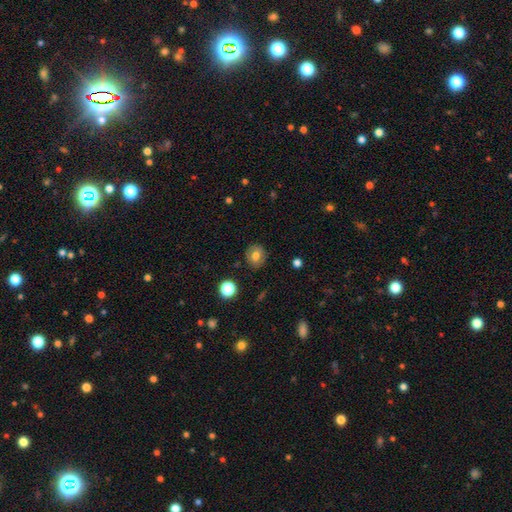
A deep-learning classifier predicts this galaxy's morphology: type=smooth (72%); roundness=round (75%); merging=none (86%).